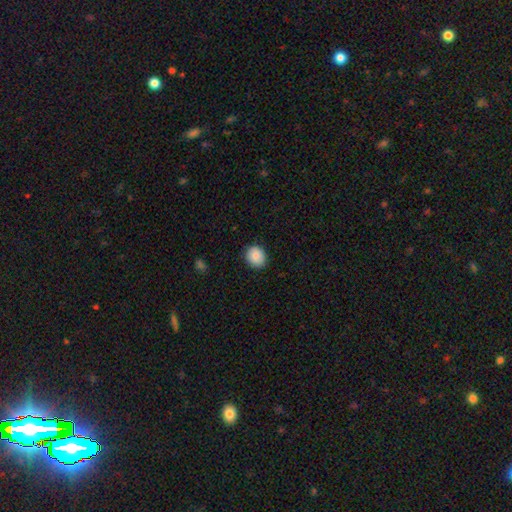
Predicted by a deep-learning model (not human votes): Morphology: type=smooth (86%); roundness=round (74%); merging=none (87%).